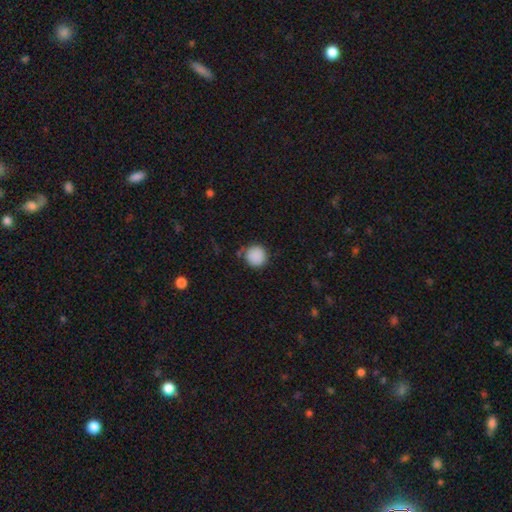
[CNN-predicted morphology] This appears to be a smooth galaxy with no disk features (88%) that is round (93%). Merging: none (81%).